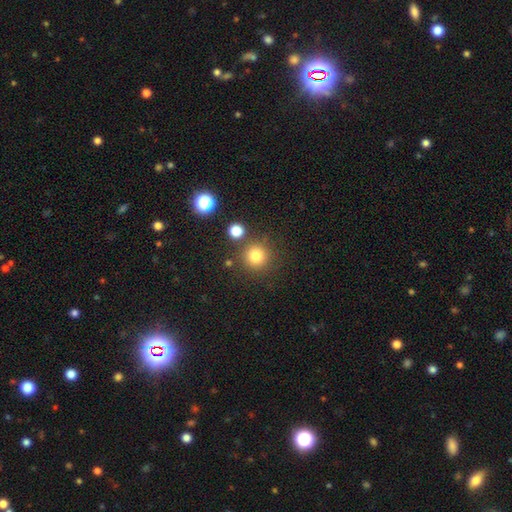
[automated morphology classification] smooth 80%, star or artifact 13%, featured or disk 6%. Down the decision tree: how rounded — round (94%); merging — none (82%).